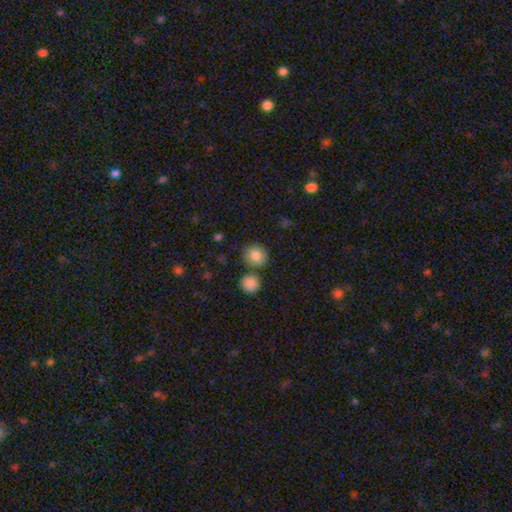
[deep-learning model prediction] The model was most divided on "merging": none: 72%, merger: 12%, minor disturbance: 12%, major disturbance: 3%. More confident: smooth or featured — smooth (84%); how rounded — round (82%).